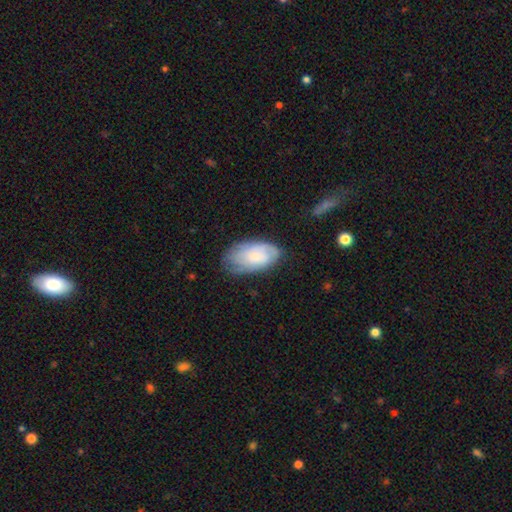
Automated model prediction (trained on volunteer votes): smooth_or_featured: smooth (p=0.49) [alt: featured or disk p=0.44]
merging: none (p=0.64) [alt: minor disturbance p=0.26]